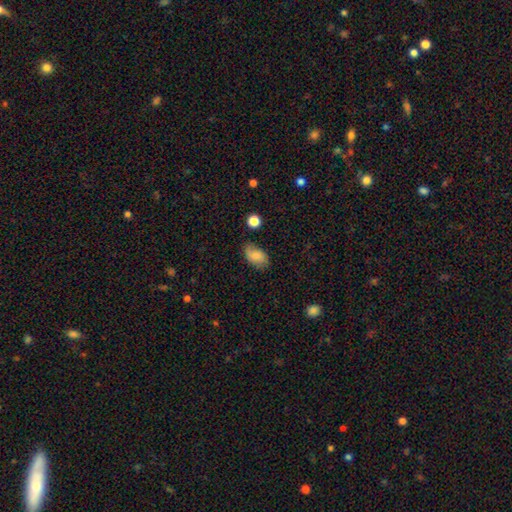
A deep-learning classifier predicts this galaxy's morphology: This appears to be a smooth galaxy with no disk features (77%) that is in between round and cigar-shaped (92%). Merging: none (71%).